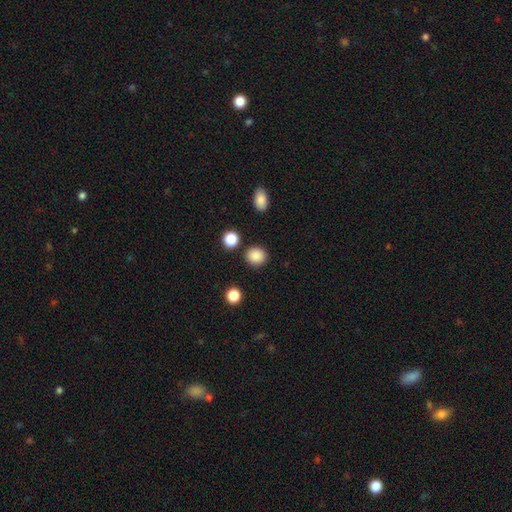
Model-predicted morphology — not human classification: Smooth or featured? Predicted: smooth (p=0.87). How rounded? Predicted: round (p=0.83). Merging? Predicted: none (p=0.88).